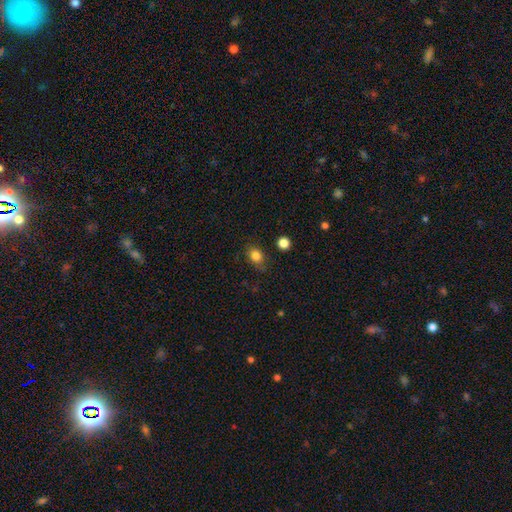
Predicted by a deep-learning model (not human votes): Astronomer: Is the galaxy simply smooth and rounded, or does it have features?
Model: smooth — 83%.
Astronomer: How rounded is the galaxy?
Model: in between — 57% (runner-up: round, 42%).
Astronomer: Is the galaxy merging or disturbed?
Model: none — 77%.